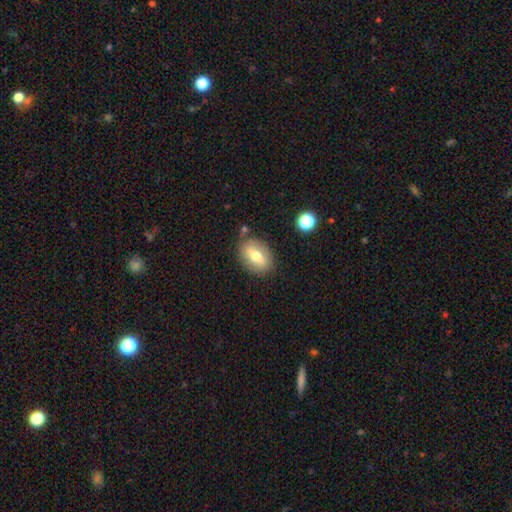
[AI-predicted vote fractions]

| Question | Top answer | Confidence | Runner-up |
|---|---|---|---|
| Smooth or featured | smooth | 63% | featured or disk (29%) |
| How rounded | in between | 78% | round (18%) |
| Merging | none | 78% | minor disturbance (14%) |